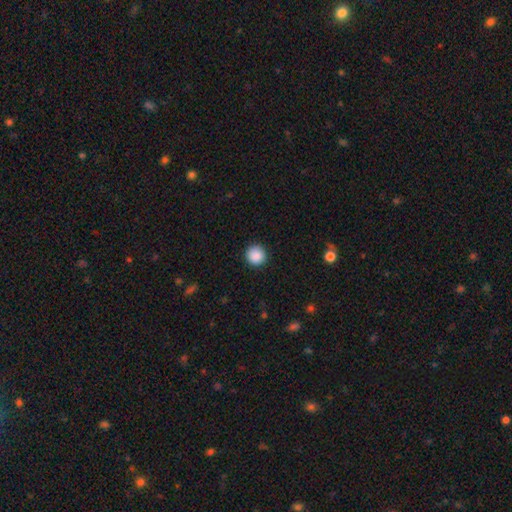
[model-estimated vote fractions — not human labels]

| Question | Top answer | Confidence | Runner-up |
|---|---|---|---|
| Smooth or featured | smooth | 89% | star or artifact (8%) |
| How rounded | round | 95% | in between (4%) |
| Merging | none | 92% | minor disturbance (5%) |